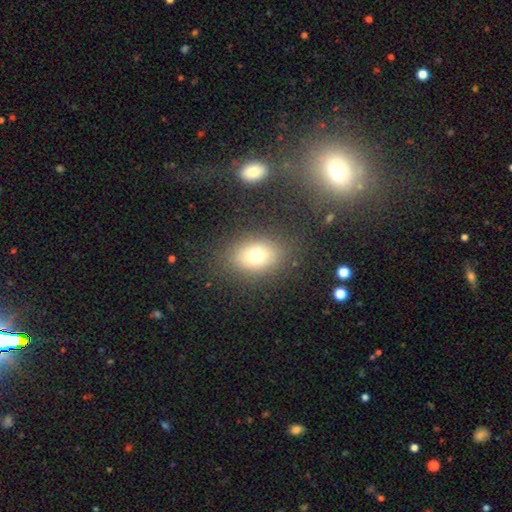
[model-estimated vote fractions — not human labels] smooth_or_featured: smooth (p=0.73) [alt: featured or disk p=0.14]
how_rounded: in between (p=0.66) [alt: round p=0.32]
merging: none (p=0.82) [alt: minor disturbance p=0.11]